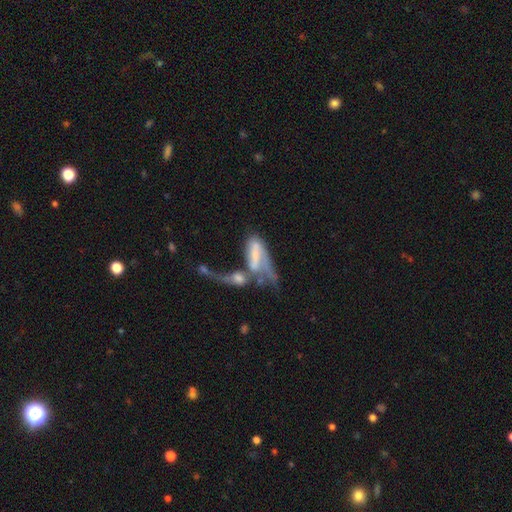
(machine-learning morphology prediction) smooth_or_featured: featured or disk (p=0.52) [alt: smooth p=0.38]
disk_edge_on: no (p=0.85) [alt: yes p=0.15]
merging: merger (p=0.62) [alt: major disturbance p=0.24]